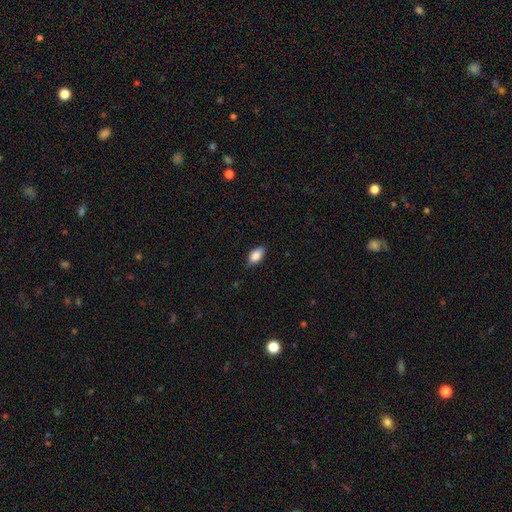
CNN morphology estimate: This is clearly a smooth galaxy (86%). How rounded: clearly in between (91%). Merging: clearly none (80%).